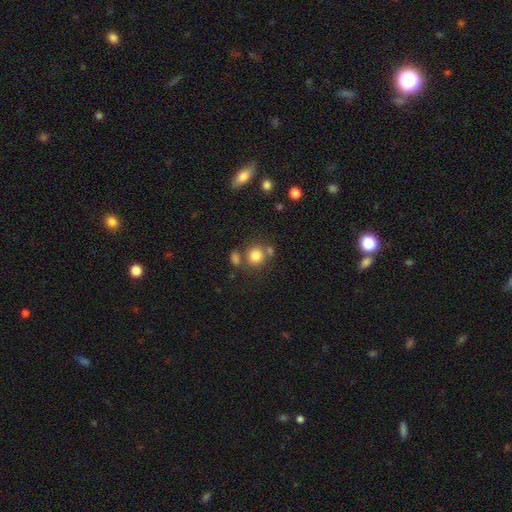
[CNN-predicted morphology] Smooth or featured?
  - smooth: 80% *
  - star or artifact: 12%
  - featured or disk: 8%
How rounded?
  - round: 84% *
  - in between: 15%
  - cigar-shaped: 1%
Merging?
  - none: 66% *
  - merger: 18%
  - minor disturbance: 11%
  - major disturbance: 5%